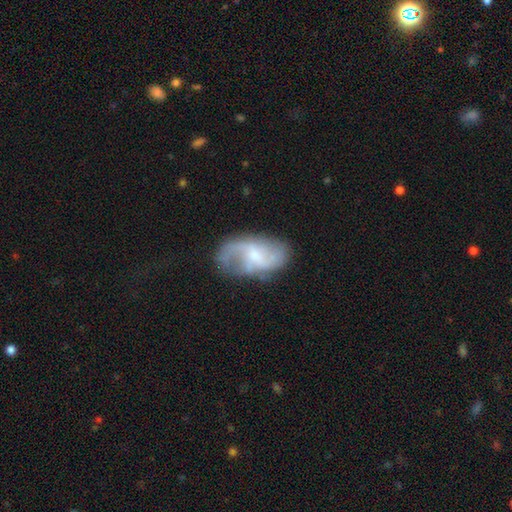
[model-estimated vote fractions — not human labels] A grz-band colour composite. It shows a featured or disk galaxy (73%) with a weak bar (52%), 2 (59%) loose (57%) spiral arms (88%) and a small central bulge (53%). Merging: none (58%).